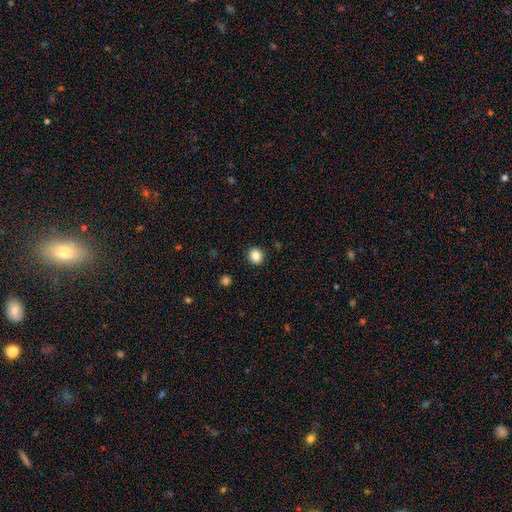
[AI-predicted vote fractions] Overall: smooth (85%). How rounded: round (86%). Merging: none (92%).